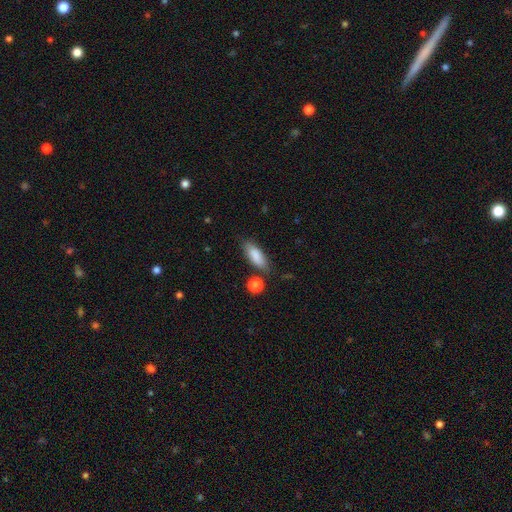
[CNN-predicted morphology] Q: Smooth or featured?
A: smooth (85%); runner-up: featured or disk (9%)
Q: How rounded?
A: in between (69%); runner-up: cigar-shaped (28%)
Q: Merging?
A: none (75%); runner-up: minor disturbance (15%)